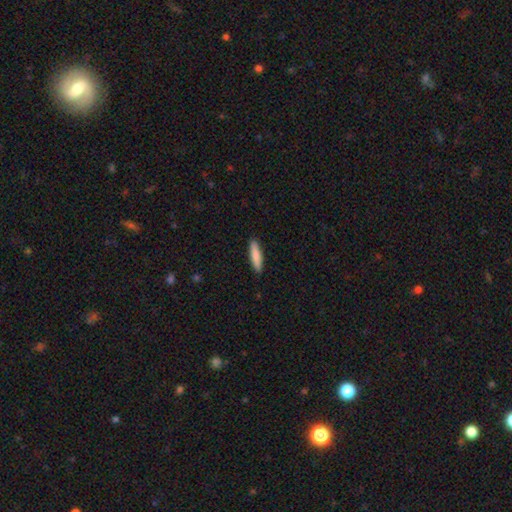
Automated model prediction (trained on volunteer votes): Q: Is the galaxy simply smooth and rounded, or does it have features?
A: smooth — 84%.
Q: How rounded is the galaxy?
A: cigar-shaped — 81%.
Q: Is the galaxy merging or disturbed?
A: none — 91%.